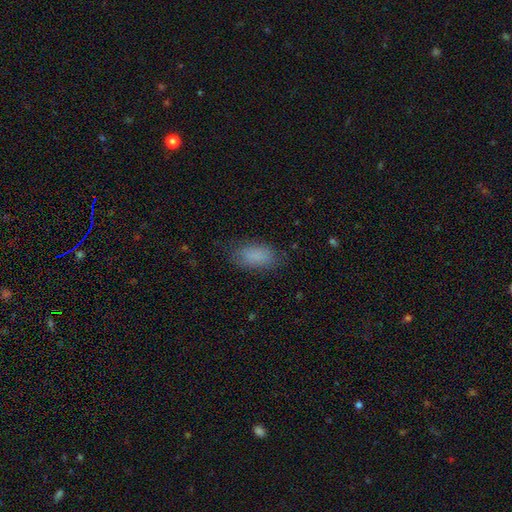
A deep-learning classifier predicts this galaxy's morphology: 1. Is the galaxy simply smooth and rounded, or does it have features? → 86% smooth, 8% star or artifact, 6% featured or disk.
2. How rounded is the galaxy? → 92% in between, 5% cigar-shaped, 4% round.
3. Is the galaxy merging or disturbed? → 79% none, 16% minor disturbance, 5% major disturbance, 1% merger.